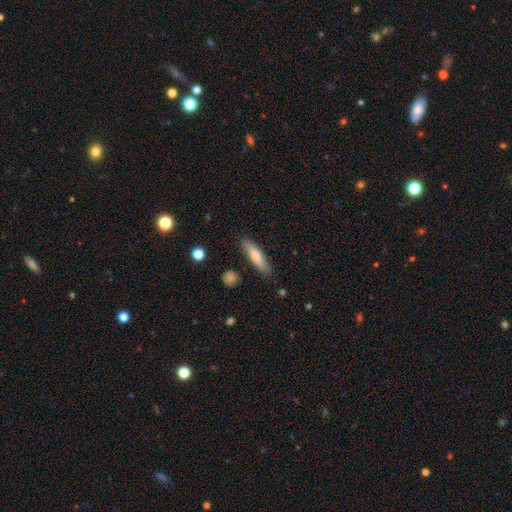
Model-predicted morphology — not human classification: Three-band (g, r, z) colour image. It shows a smooth galaxy with no disk features (68%) that is cigar-shaped (73%). Merging: none (85%).